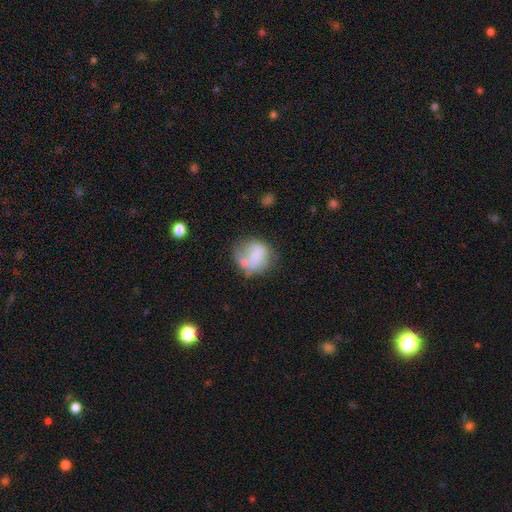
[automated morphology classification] This appears to be a smooth galaxy with no disk features (63%) that is round (72%). Merging: none (40%).